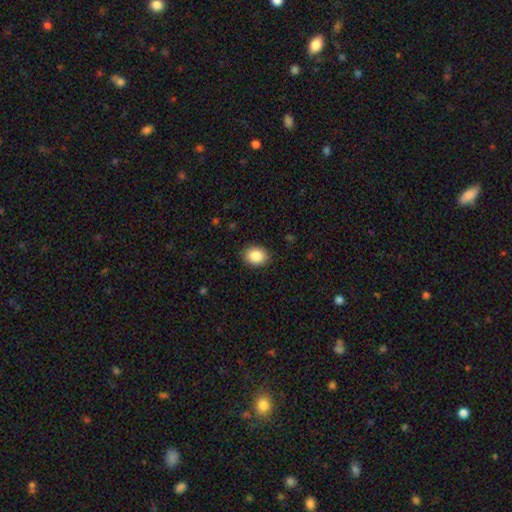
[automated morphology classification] Smooth or featured? smooth (88%)
How rounded? in between (55%)
Merging? none (88%)